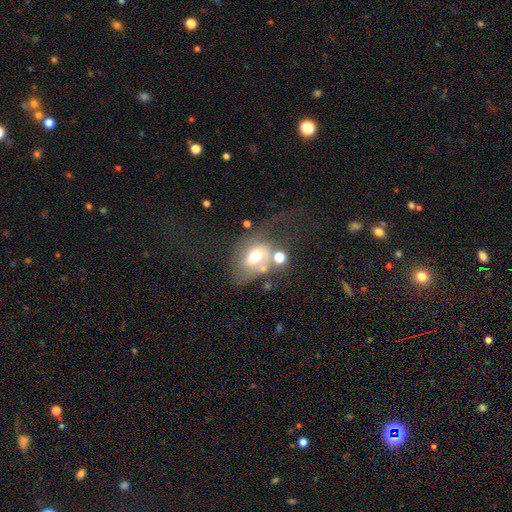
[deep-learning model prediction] Smooth or featured? Predicted: smooth (p=0.53). How rounded? Predicted: in between (p=0.63). Merging? Predicted: major disturbance (p=0.34).